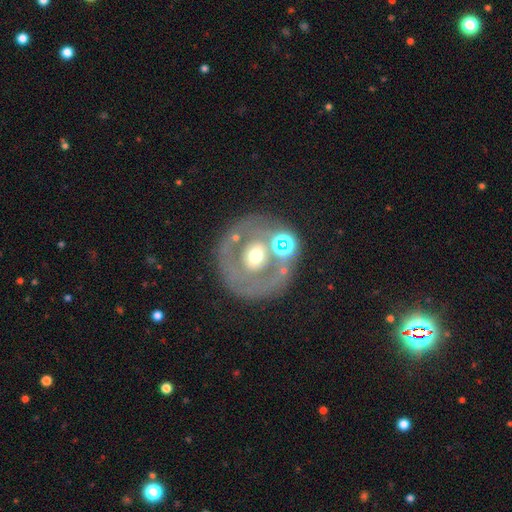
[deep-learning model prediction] featured or disk 55%, smooth 34%, star or artifact 12%. Down the decision tree: edge-on disk — no (94%); bar — no (68%); spiral arms — no (84%); bulge size — moderate (66%); merging — none (67%).